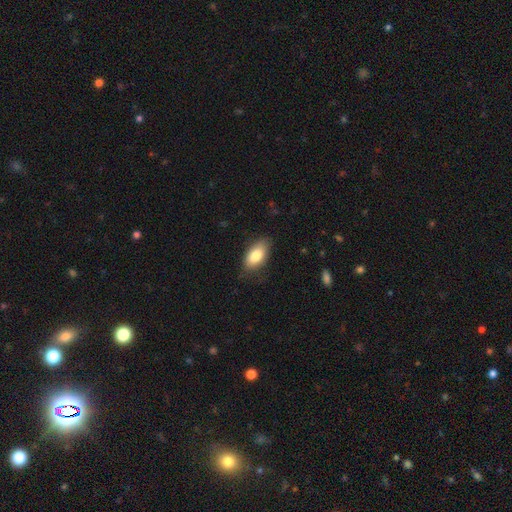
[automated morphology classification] Overall: smooth (82%). How rounded: in between (92%). Merging: none (77%).